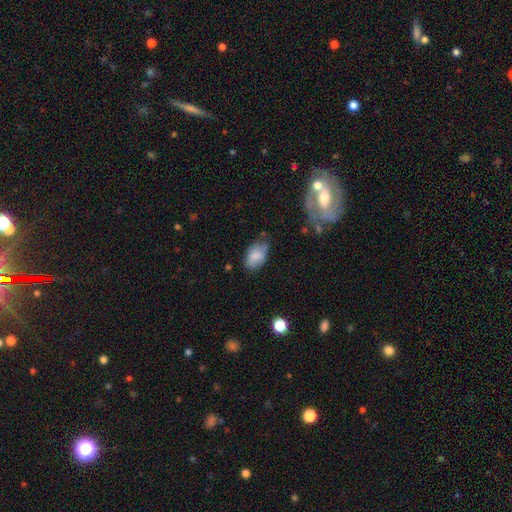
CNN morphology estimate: Overall: smooth (76%). How rounded: in between (89%). Merging: none (53%; minor disturbance 34%).